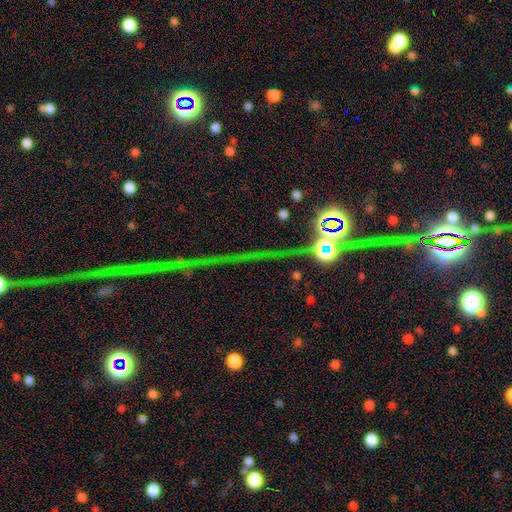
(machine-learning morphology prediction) Overall: star or artifact (79%).